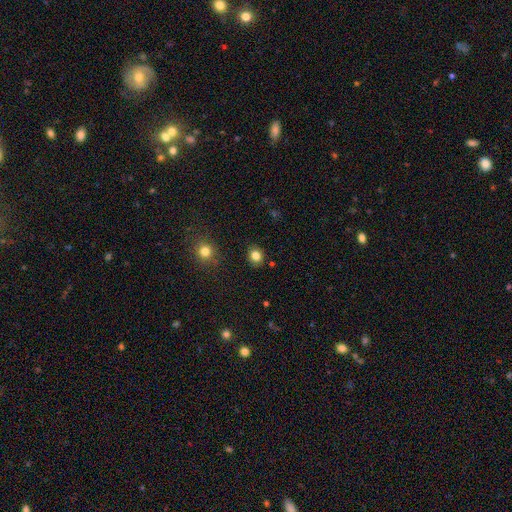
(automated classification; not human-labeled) Morphology: type=smooth (82%); roundness=round (71%); merging=none (87%).